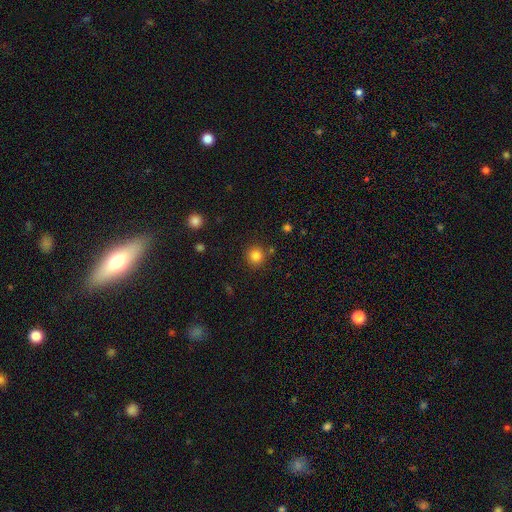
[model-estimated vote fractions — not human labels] Smooth or featured?
  - smooth: 83% *
  - star or artifact: 12%
  - featured or disk: 5%
How rounded?
  - round: 93% *
  - in between: 6%
  - cigar-shaped: 1%
Merging?
  - none: 84% *
  - minor disturbance: 8%
  - merger: 5%
  - major disturbance: 3%